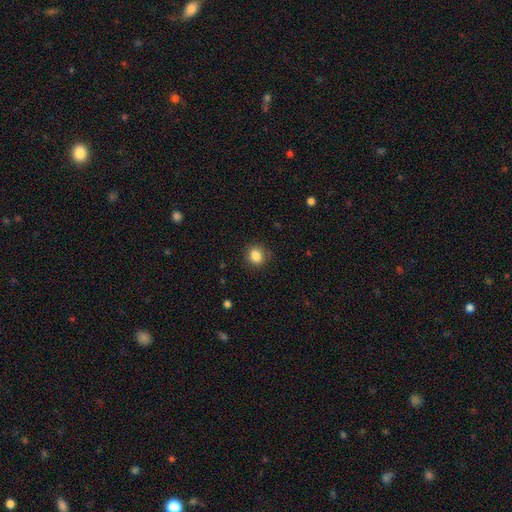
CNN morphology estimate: smooth_or_featured: smooth (p=0.86) [alt: star or artifact p=0.10]
how_rounded: round (p=0.77) [alt: in between p=0.22]
merging: none (p=0.87) [alt: minor disturbance p=0.09]